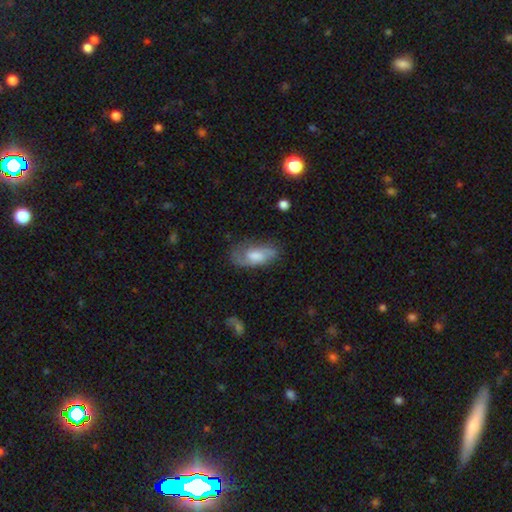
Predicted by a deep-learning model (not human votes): This is possibly a featured or disk galaxy (53%). It is clearly not viewed edge-on (90%). Merging: likely none (64%).